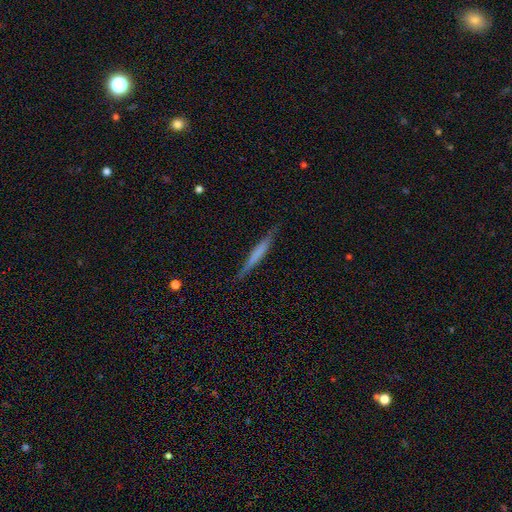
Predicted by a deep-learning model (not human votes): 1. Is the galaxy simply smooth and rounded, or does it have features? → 48% smooth, 46% featured or disk, 6% star or artifact.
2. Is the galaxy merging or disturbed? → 87% none, 10% minor disturbance, 2% major disturbance, 1% merger.